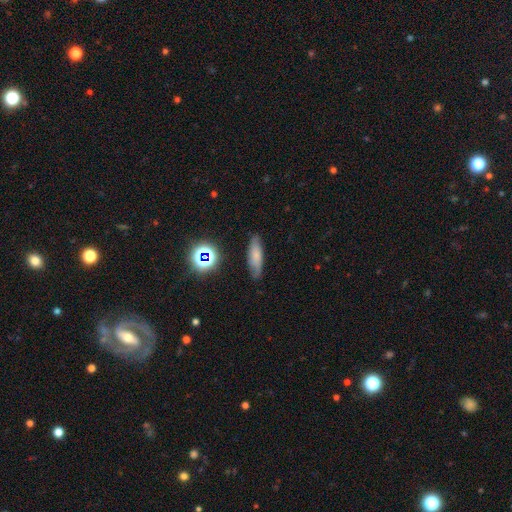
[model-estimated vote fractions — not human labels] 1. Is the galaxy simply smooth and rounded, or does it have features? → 66% smooth, 21% featured or disk, 12% star or artifact.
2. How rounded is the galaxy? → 50% cigar-shaped, 46% in between, 4% round.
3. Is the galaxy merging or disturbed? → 77% none, 17% minor disturbance, 4% major disturbance, 2% merger.